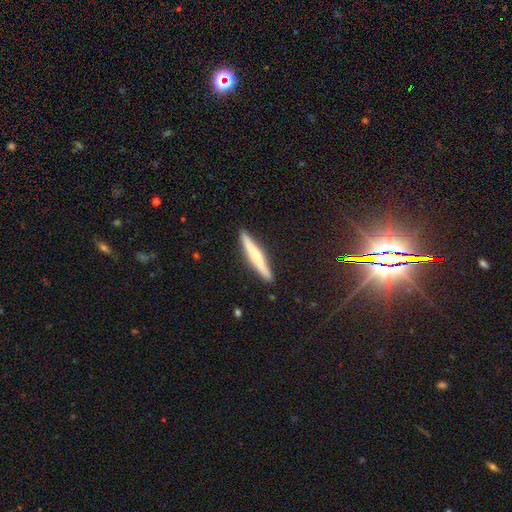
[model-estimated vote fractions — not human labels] Q: Smooth or featured?
A: featured or disk (48%); runner-up: smooth (46%)
Q: Merging?
A: none (91%); runner-up: minor disturbance (7%)